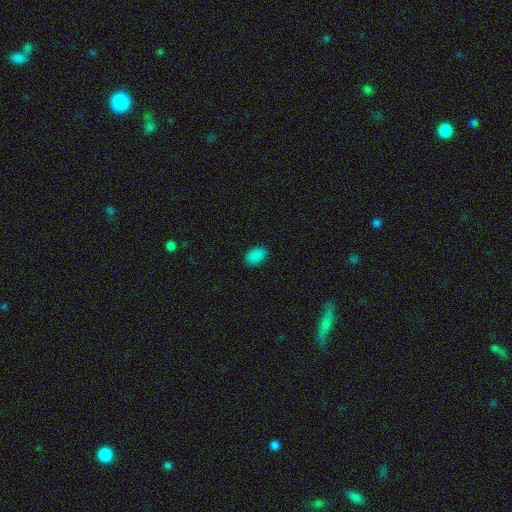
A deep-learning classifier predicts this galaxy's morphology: Smooth or featured: smooth — 87% (star or artifact — 10%)
How rounded: in between — 91% (round — 8%)
Merging: none — 88% (minor disturbance — 9%)